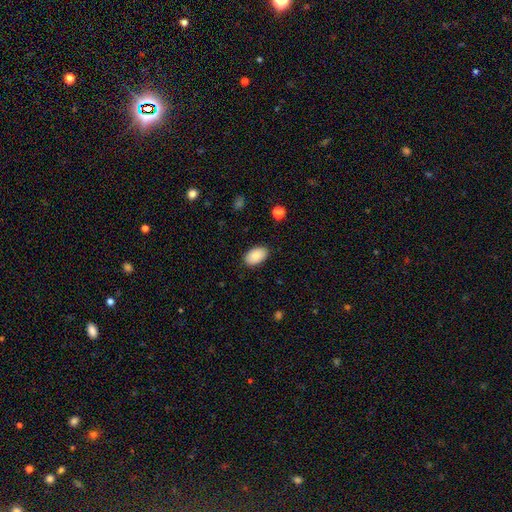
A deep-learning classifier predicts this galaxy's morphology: smooth_or_featured: smooth (p=0.87) [alt: star or artifact p=0.07]
how_rounded: in between (p=0.93) [alt: round p=0.06]
merging: none (p=0.87) [alt: minor disturbance p=0.10]